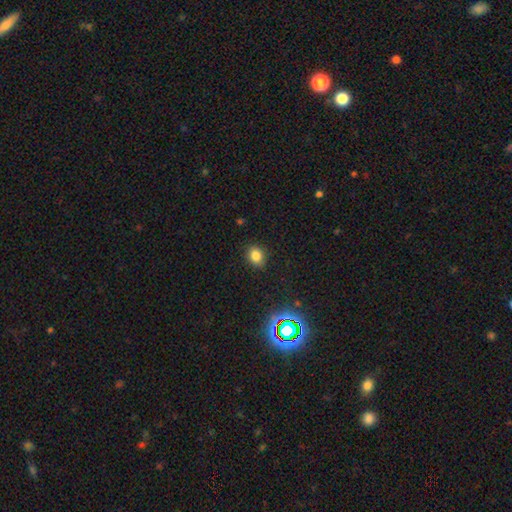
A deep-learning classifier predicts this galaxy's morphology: A smooth galaxy with no disk features (81%) that is round (51%).

Vote fractions:
- Smooth or featured? smooth: 81% / star or artifact: 14% / featured or disk: 5%
- How rounded? round: 51% / in between: 48% / cigar-shaped: 1%
- Merging? none: 87% / minor disturbance: 10% / major disturbance: 2% / merger: 1%